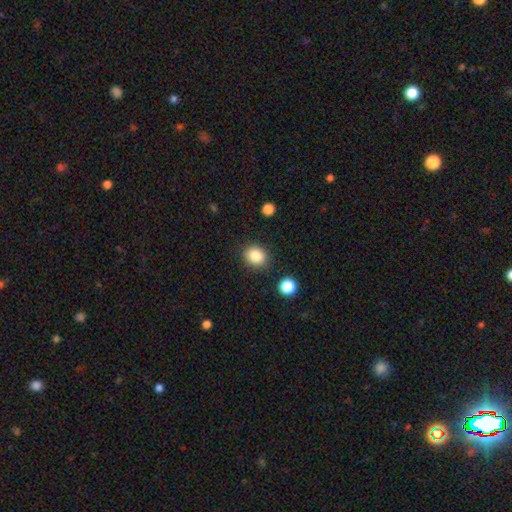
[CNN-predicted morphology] Overall: smooth (85%). How rounded: round (71%). Merging: none (88%).